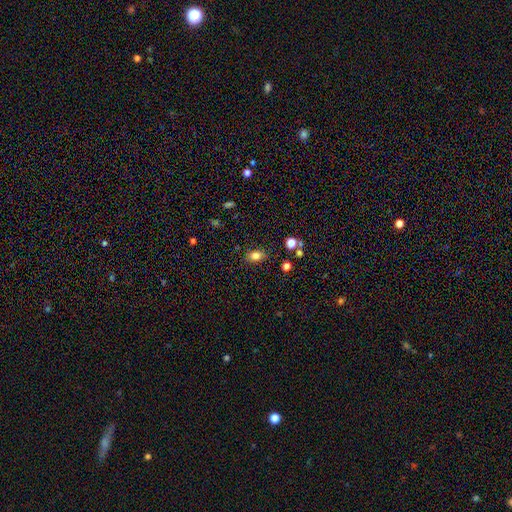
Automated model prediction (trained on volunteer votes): Smooth or featured? Predicted: smooth (p=0.81). How rounded? Predicted: in between (p=0.79). Merging? Predicted: none (p=0.84).